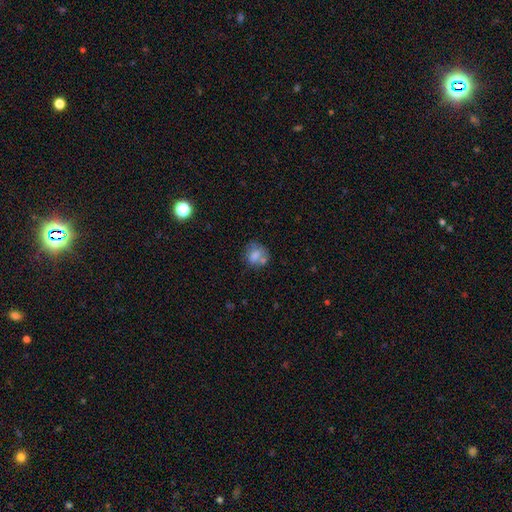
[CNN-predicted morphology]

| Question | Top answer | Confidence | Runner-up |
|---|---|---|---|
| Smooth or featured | smooth | 71% | featured or disk (19%) |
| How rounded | round | 66% | in between (33%) |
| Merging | none | 47% | merger (24%) |